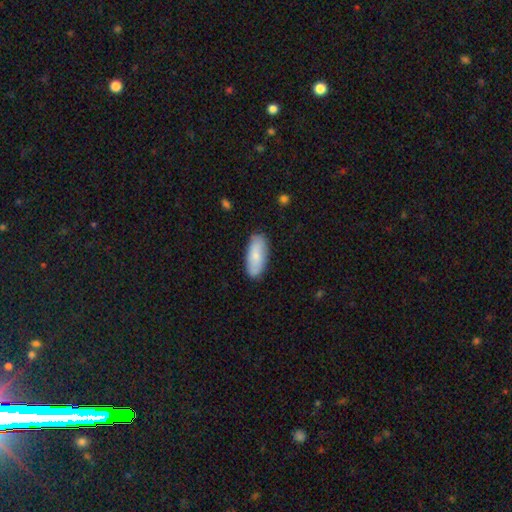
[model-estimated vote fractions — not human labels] This appears to be a smooth galaxy with no disk features (74%) that is in between round and cigar-shaped (85%). Merging: none (84%).